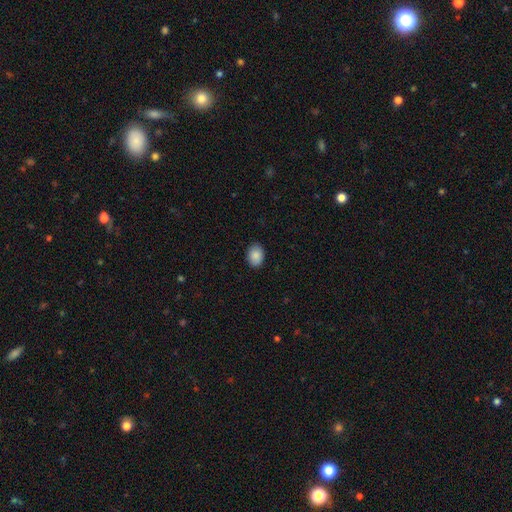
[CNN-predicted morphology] This appears to be a smooth galaxy with no disk features (89%) that is in between round and cigar-shaped (76%). Merging: none (89%).